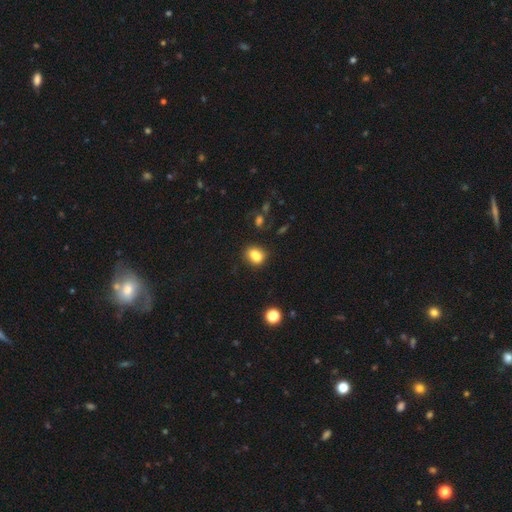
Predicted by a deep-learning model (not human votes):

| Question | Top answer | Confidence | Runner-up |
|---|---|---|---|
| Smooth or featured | smooth | 81% | star or artifact (11%) |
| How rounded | in between | 65% | round (33%) |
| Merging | none | 61% | merger (17%) |